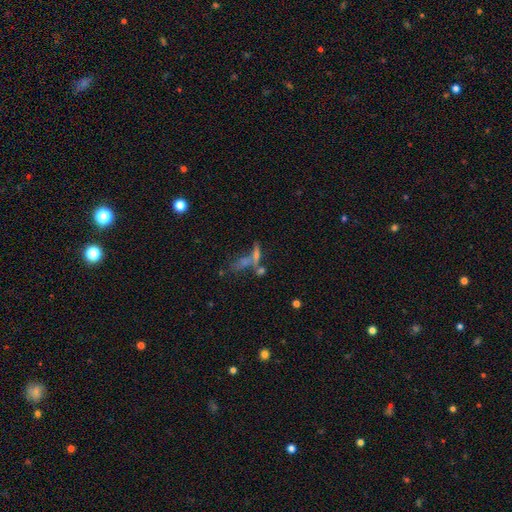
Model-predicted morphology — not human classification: This is marginally a smooth galaxy (40%). Merging: marginally merger (40%).